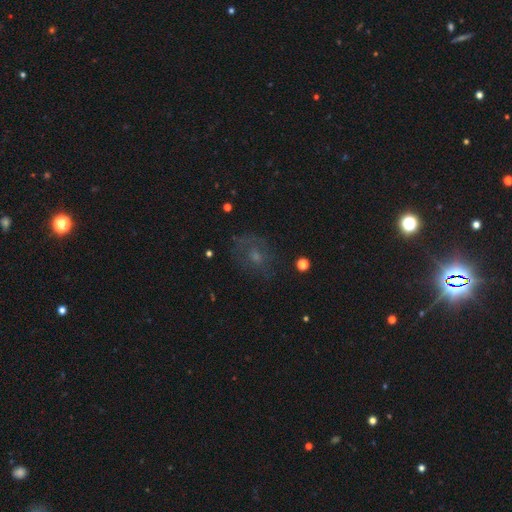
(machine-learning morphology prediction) Smooth or featured? featured or disk (40%)
Merging? none (61%)